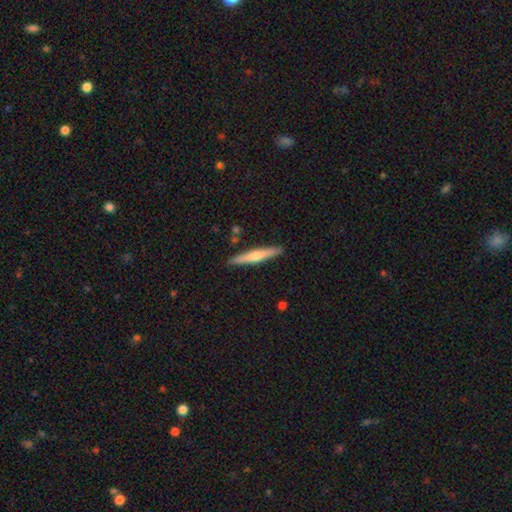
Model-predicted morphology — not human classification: This appears to be a smooth galaxy with no disk features (50%) that is cigar-shaped (93%). Merging: none (89%).